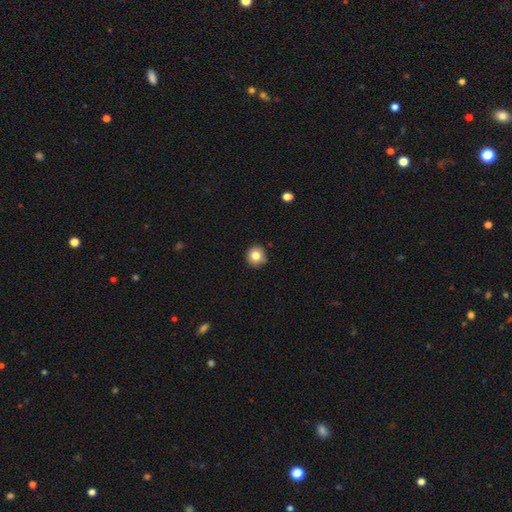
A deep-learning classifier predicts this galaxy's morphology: Q: Smooth or featured?
A: smooth (82%); runner-up: star or artifact (10%)
Q: How rounded?
A: round (91%); runner-up: in between (8%)
Q: Merging?
A: none (86%); runner-up: minor disturbance (11%)